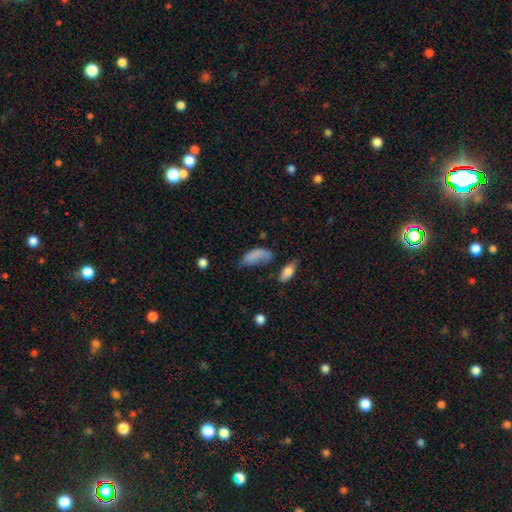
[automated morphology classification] smooth_or_featured: smooth (p=0.75) [alt: featured or disk p=0.14]
how_rounded: in between (p=0.87) [alt: cigar-shaped p=0.08]
merging: none (p=0.34) [alt: major disturbance p=0.30]